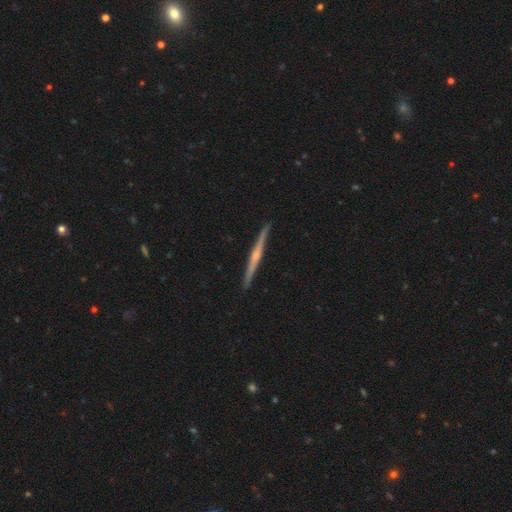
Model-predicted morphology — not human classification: This is likely a featured or disk galaxy (77%). It is clearly viewed edge-on (98%). Edge-on bulge: likely rounded (70%). Merging: clearly none (92%).